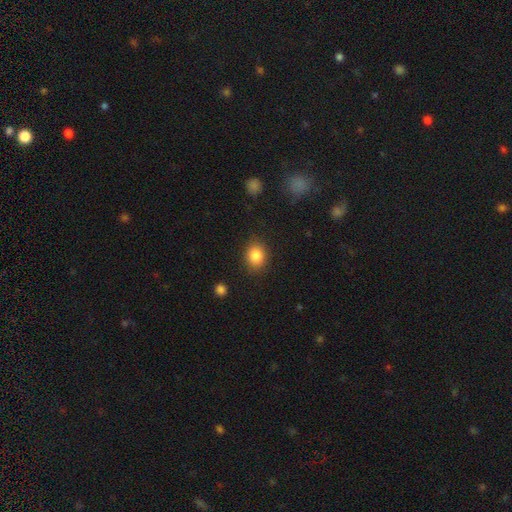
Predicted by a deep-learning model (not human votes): smooth-or-featured: smooth: 85% | star or artifact: 9% | featured or disk: 6%
  how-rounded: round: 52% | in between: 47% | cigar-shaped: 1%
  merging: none: 84% | minor disturbance: 11% | major disturbance: 3% | merger: 1%